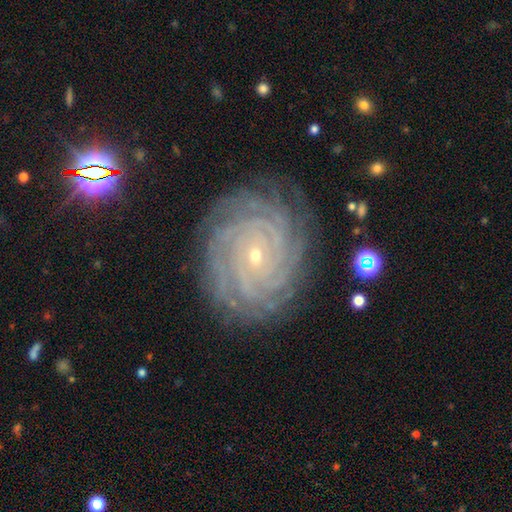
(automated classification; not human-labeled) Smooth or featured? Predicted: featured or disk (p=0.89). Edge-on disk? Predicted: no (p=0.98). Bar? Predicted: no (p=0.73). Spiral arms? Predicted: yes (p=0.98). Spiral winding? Predicted: tight (p=0.88). Spiral arm count? Predicted: more than 4 (p=0.29). Bulge size? Predicted: small (p=0.84). Merging? Predicted: none (p=0.84).